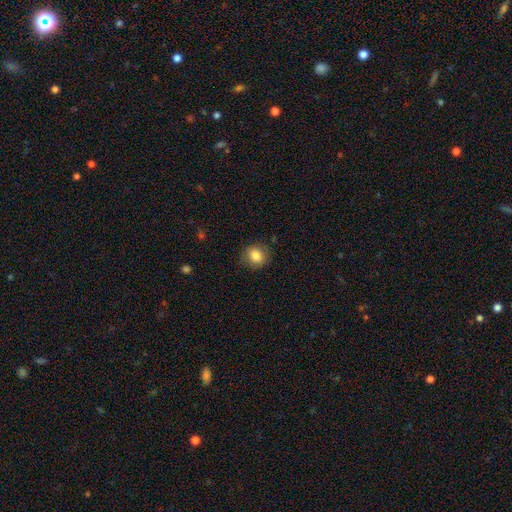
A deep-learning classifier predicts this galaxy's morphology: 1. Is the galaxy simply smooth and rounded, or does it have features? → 83% smooth, 9% star or artifact, 7% featured or disk.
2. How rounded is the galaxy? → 80% round, 19% in between, 1% cigar-shaped.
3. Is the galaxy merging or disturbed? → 81% none, 14% minor disturbance, 4% major disturbance, 1% merger.